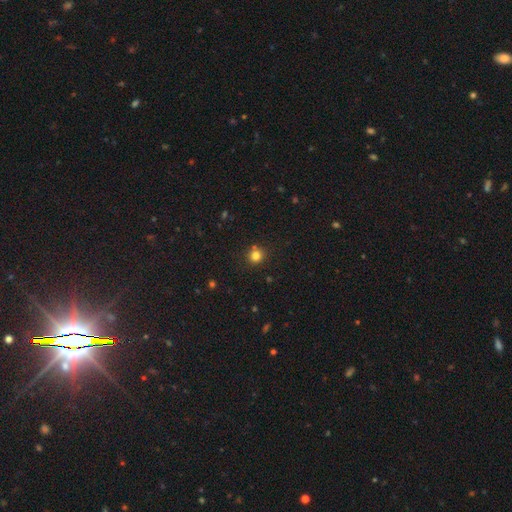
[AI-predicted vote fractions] This is likely a smooth galaxy (79%). How rounded: clearly round (91%). Merging: clearly none (82%).